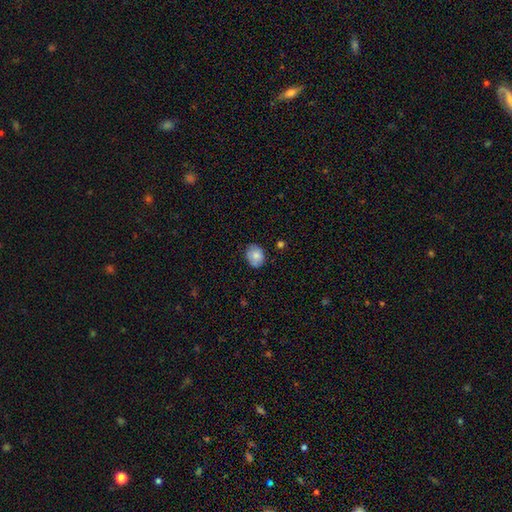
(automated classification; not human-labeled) Overall: smooth (80%). How rounded: round (53%; in between 46%). Merging: none (77%).